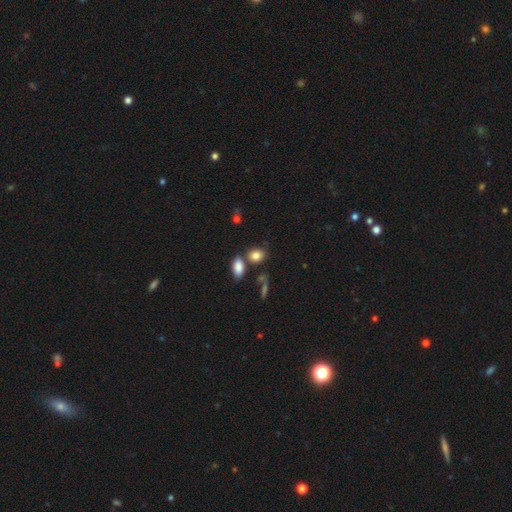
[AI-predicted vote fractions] A smooth galaxy with no disk features (84%) that is in between round and cigar-shaped (55%).

Vote fractions:
- Smooth or featured? smooth: 84% / star or artifact: 9% / featured or disk: 7%
- How rounded? in between: 55% / round: 43% / cigar-shaped: 2%
- Merging? none: 63% / merger: 19% / minor disturbance: 14% / major disturbance: 5%